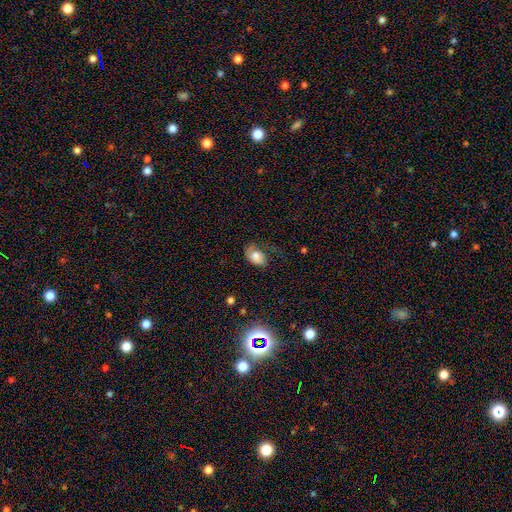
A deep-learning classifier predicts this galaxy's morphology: Smooth or featured?
  - smooth: 65% *
  - featured or disk: 26%
  - star or artifact: 9%
How rounded?
  - in between: 89% *
  - round: 9%
  - cigar-shaped: 2%
Merging?
  - none: 43% *
  - minor disturbance: 28%
  - major disturbance: 27%
  - merger: 2%